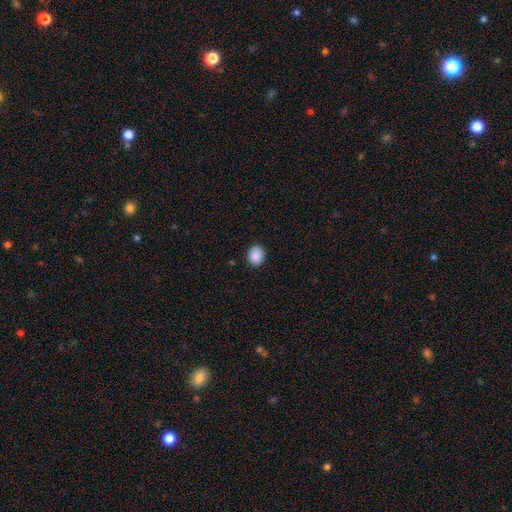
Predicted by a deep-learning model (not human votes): This is clearly a smooth galaxy (89%). How rounded: possibly round (57%). Merging: clearly none (89%).